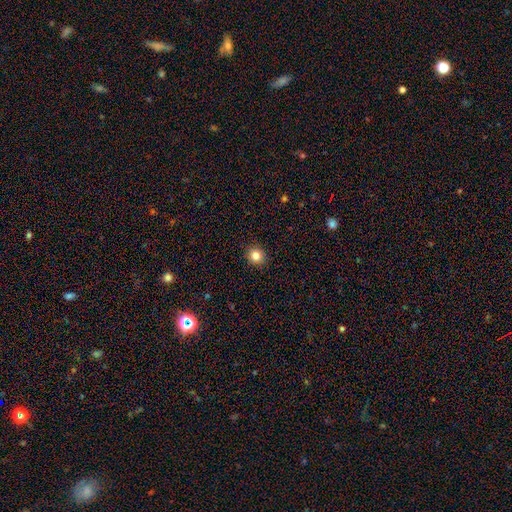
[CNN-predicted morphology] smooth 82%, star or artifact 12%, featured or disk 6%. Down the decision tree: how rounded — round (84%); merging — none (91%).